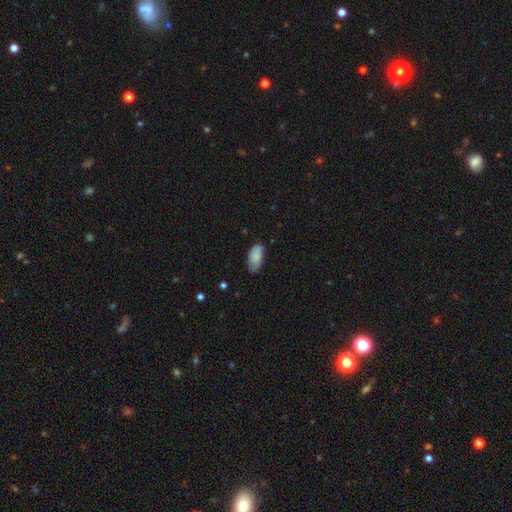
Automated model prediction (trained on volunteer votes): A smooth galaxy with no disk features (85%) that is in between round and cigar-shaped (94%). Merging: none (62%).